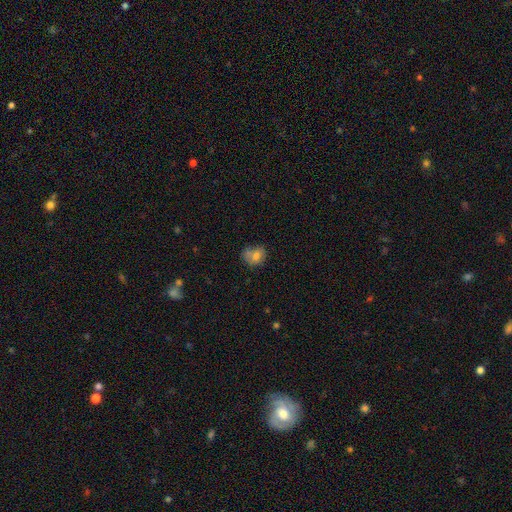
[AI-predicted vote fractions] Overall: smooth (73%). How rounded: round (61%; in between 38%). Merging: none (47%; minor disturbance 25%).